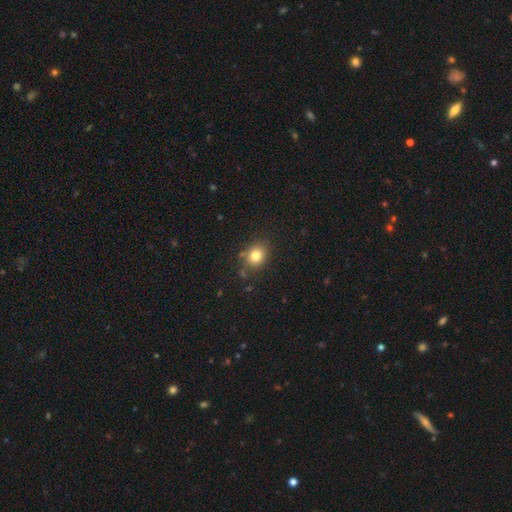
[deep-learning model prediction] Q: Smooth or featured?
A: smooth (80%); runner-up: star or artifact (12%)
Q: How rounded?
A: round (61%); runner-up: in between (39%)
Q: Merging?
A: none (80%); runner-up: minor disturbance (13%)